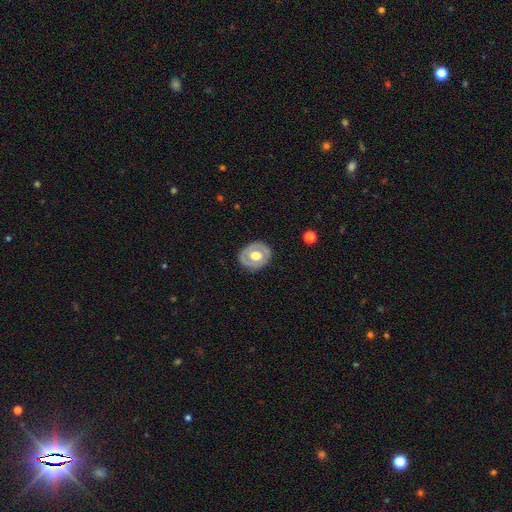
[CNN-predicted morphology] smooth-or-featured: featured or disk: 57% | smooth: 38% | star or artifact: 5%
  disk-edge-on: no: 94% | yes: 6%
    bar: no: 80% | weak: 16% | strong: 4%
    has-spiral-arms: no: 75% | yes: 25%
    bulge-size: moderate: 55% | large: 39% | small: 3% | dominant: 2% | none: 1%
  merging: none: 82% | minor disturbance: 13% | major disturbance: 4% | merger: 1%